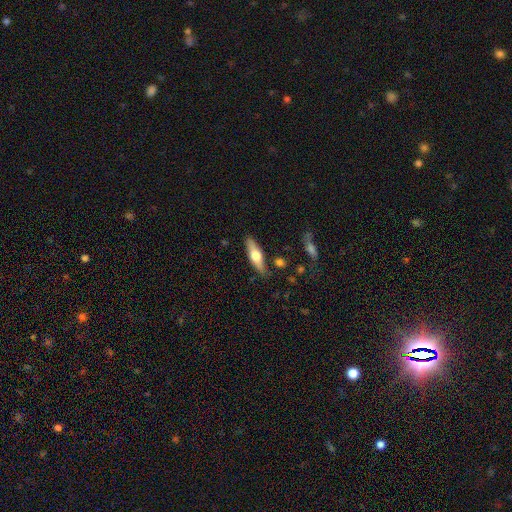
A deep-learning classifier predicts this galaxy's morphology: Smooth or featured? Predicted: smooth (p=0.49). Merging? Predicted: none (p=0.83).